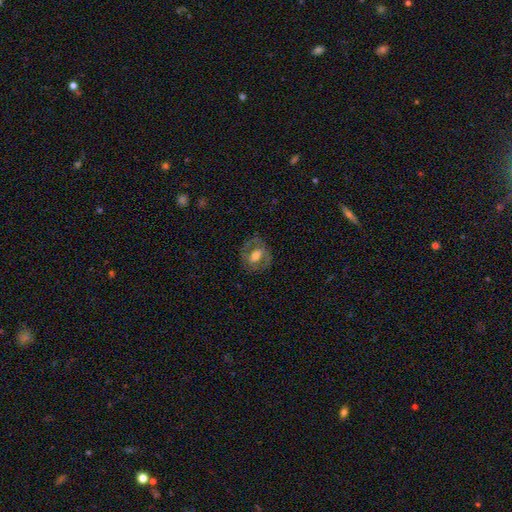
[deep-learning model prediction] Smooth or featured? featured or disk (54%)
Edge-on disk? no (94%)
Bar? weak (39%)
Spiral arms? no (51%)
Bulge size? moderate (57%)
Merging? none (73%)